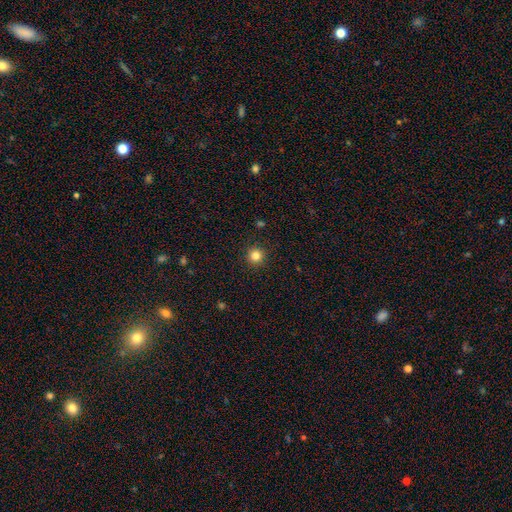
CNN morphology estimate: Smooth or featured: smooth — 83% (star or artifact — 12%)
How rounded: round — 96% (in between — 3%)
Merging: none — 92% (minor disturbance — 5%)